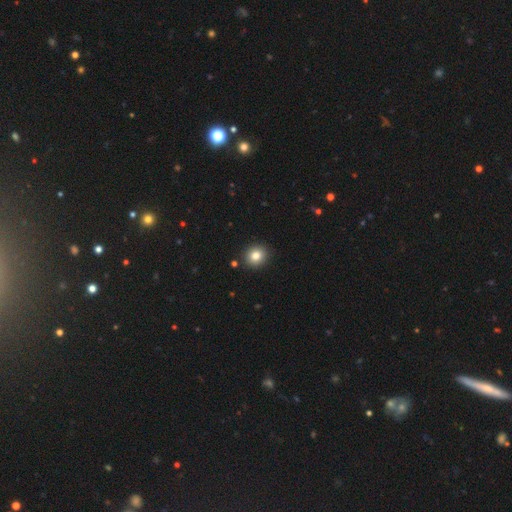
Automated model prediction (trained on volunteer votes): smooth-or-featured: smooth: 82% | star or artifact: 11% | featured or disk: 7%
  how-rounded: round: 81% | in between: 19% | cigar-shaped: 1%
  merging: none: 91% | minor disturbance: 6% | major disturbance: 2% | merger: 2%